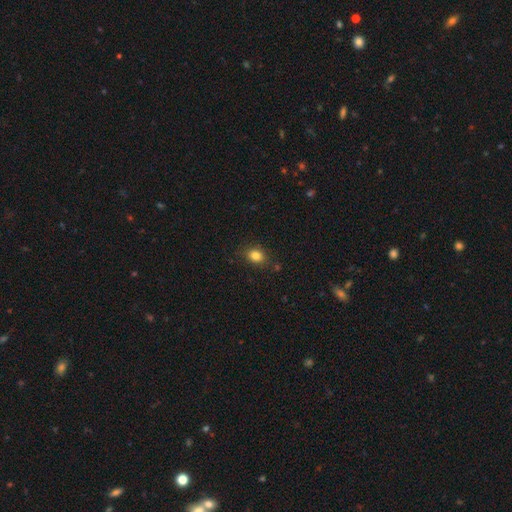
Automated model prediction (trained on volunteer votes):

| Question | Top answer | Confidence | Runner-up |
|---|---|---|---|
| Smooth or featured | smooth | 83% | star or artifact (11%) |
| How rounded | in between | 54% | round (45%) |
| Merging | none | 80% | minor disturbance (14%) |